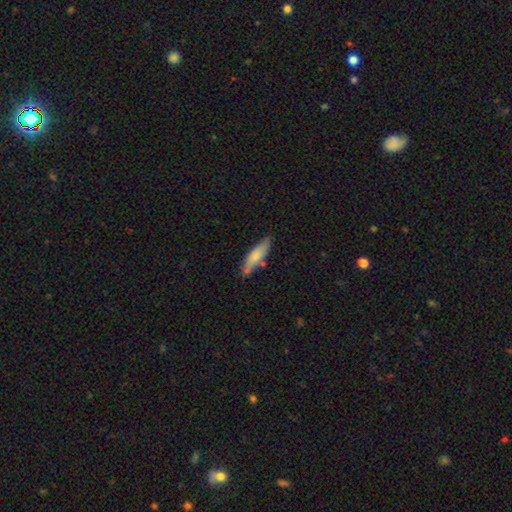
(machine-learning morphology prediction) type=smooth (76%); roundness=cigar-shaped (64%); merging=none (70%).